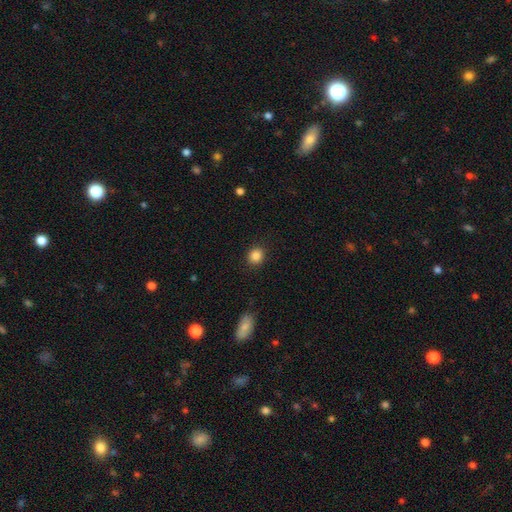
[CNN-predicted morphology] Smooth or featured?
  - smooth: 86% *
  - star or artifact: 10%
  - featured or disk: 4%
How rounded?
  - round: 84% *
  - in between: 16%
  - cigar-shaped: 1%
Merging?
  - none: 90% *
  - minor disturbance: 7%
  - major disturbance: 2%
  - merger: 1%